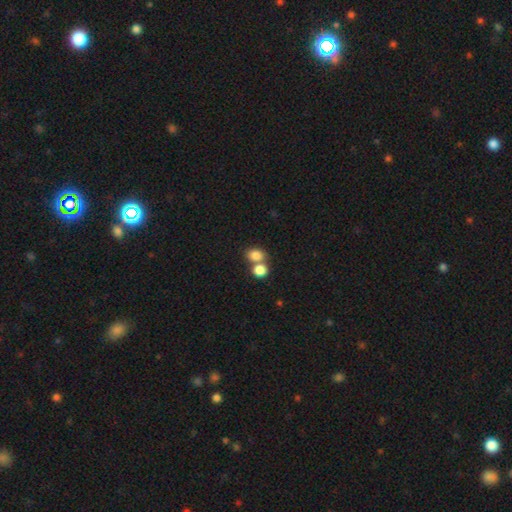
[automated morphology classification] A smooth galaxy with no disk features (82%) that is round (53%). Merging: merger (49%).